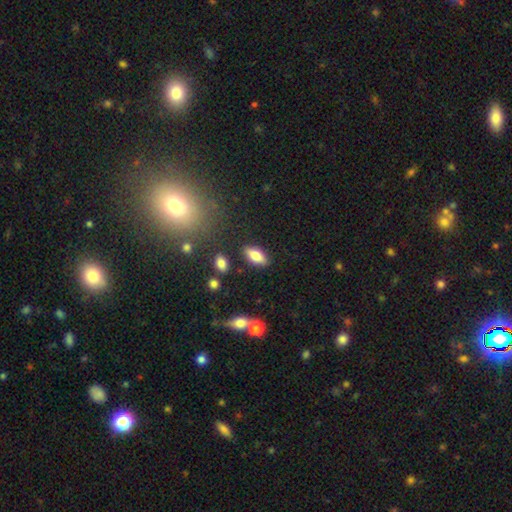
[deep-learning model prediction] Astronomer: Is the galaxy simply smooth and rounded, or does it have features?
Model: smooth — 74%.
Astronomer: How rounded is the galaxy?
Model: in between — 83%.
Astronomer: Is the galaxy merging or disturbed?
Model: none — 85%.